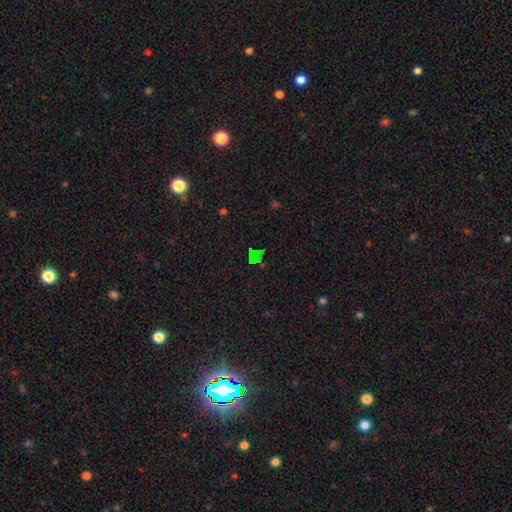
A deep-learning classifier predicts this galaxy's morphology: Smooth or featured: star or artifact — 61% (smooth — 30%)